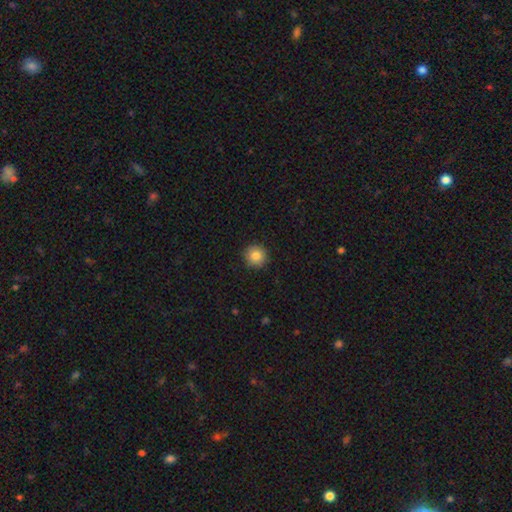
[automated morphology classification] smooth 84%, star or artifact 9%, featured or disk 7%. Down the decision tree: how rounded — round (95%); merging — none (91%).